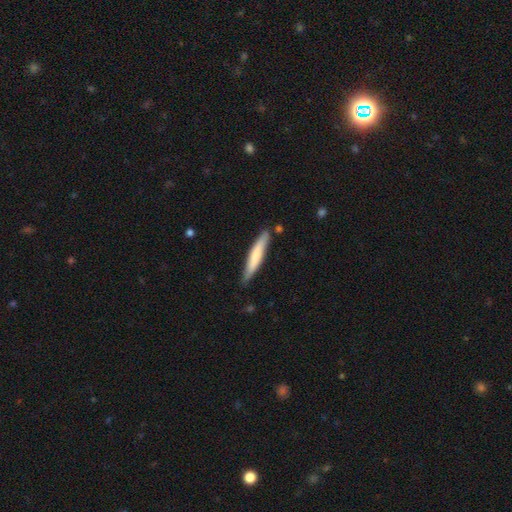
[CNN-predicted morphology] A smooth galaxy with no disk features (68%) that is cigar-shaped (91%).

Vote fractions:
- Smooth or featured? smooth: 68% / featured or disk: 27% / star or artifact: 5%
- How rounded? cigar-shaped: 91% / in between: 8% / round: 1%
- Merging? none: 80% / minor disturbance: 15% / merger: 3% / major disturbance: 2%